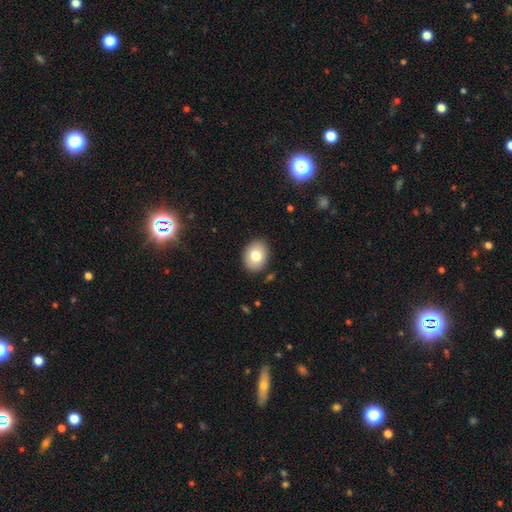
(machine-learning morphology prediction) Smooth or featured: smooth — 79% (featured or disk — 13%)
How rounded: in between — 63% (round — 37%)
Merging: none — 88% (minor disturbance — 8%)